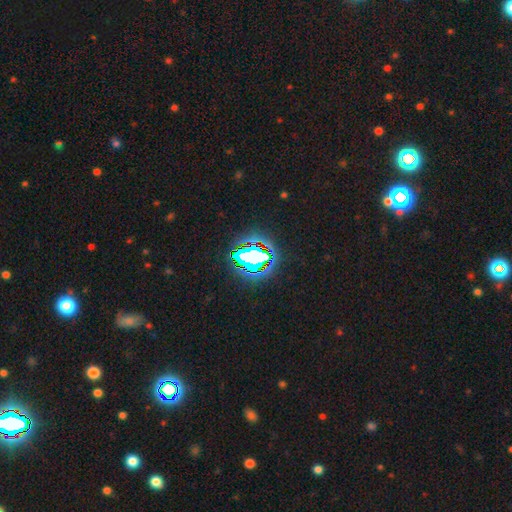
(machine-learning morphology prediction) Smooth or featured: star or artifact — 83% (smooth — 11%)